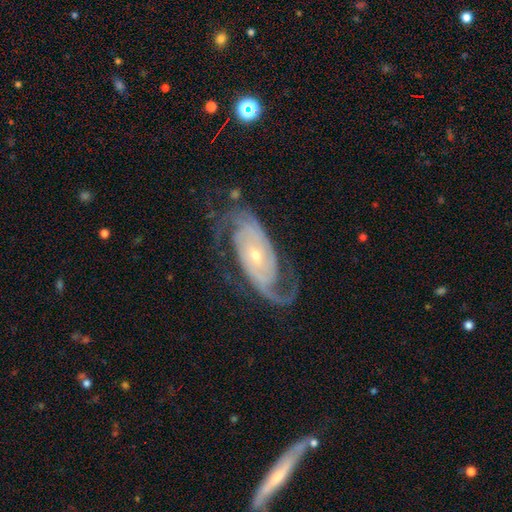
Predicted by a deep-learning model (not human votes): Smooth or featured? Predicted: featured or disk (p=0.91). Edge-on disk? Predicted: no (p=0.95). Bar? Predicted: no (p=0.65). Spiral arms? Predicted: yes (p=0.98). Spiral winding? Predicted: medium (p=0.43). Spiral arm count? Predicted: 2 (p=0.81). Bulge size? Predicted: small (p=0.65). Merging? Predicted: none (p=0.71).